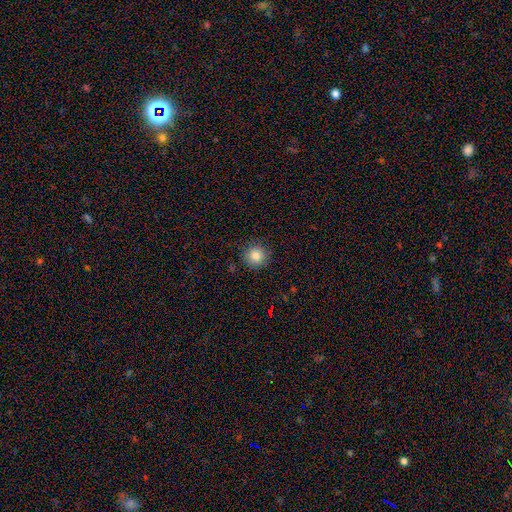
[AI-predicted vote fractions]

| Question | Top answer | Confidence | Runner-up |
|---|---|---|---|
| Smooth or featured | smooth | 84% | star or artifact (11%) |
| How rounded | round | 94% | in between (6%) |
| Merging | none | 89% | minor disturbance (8%) |